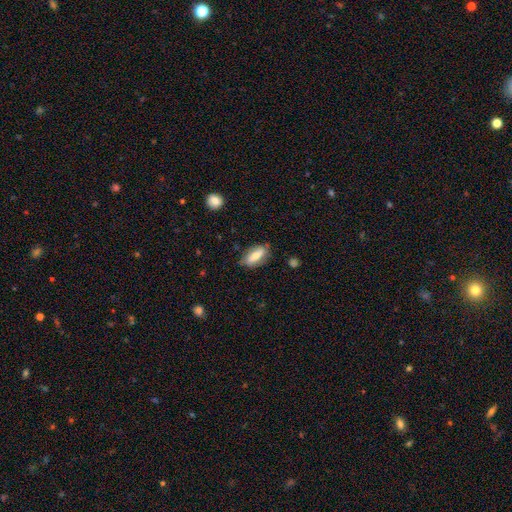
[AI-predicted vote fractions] This appears to be a smooth galaxy with no disk features (64%) that is in between round and cigar-shaped (77%). Merging: none (73%).